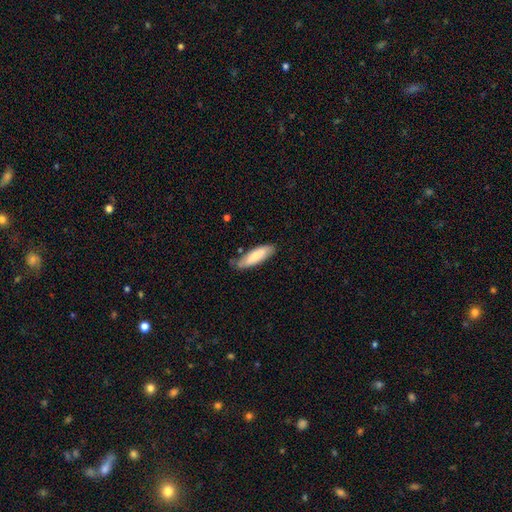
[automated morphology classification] The model was most divided on "how rounded": cigar-shaped: 52%, in between: 47%, round: 1%. More confident: smooth or featured — smooth (79%); merging — none (70%).